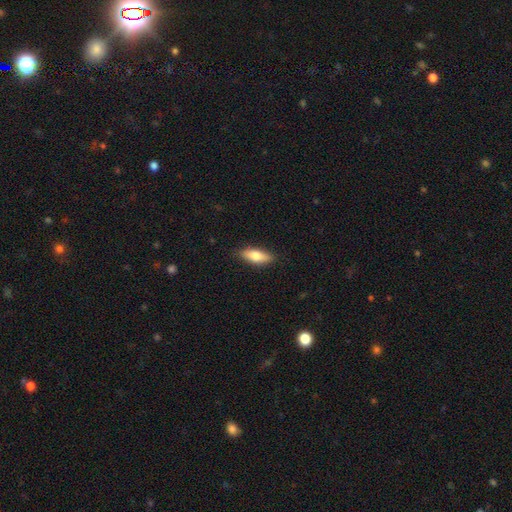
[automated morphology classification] type=smooth (72%); roundness=in between (66%); merging=none (87%).